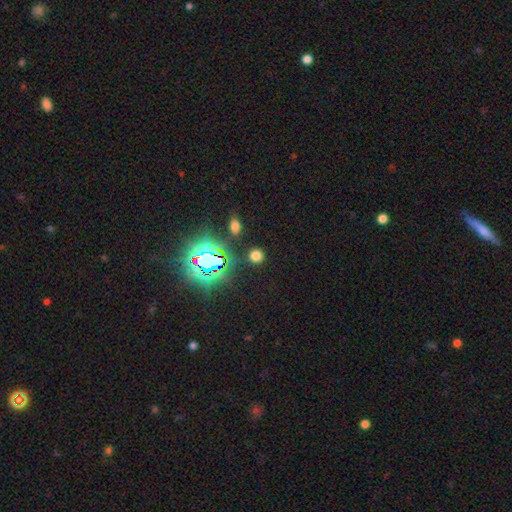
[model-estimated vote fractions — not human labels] Overall: smooth (63%; star or artifact 32%). How rounded: round (89%). Merging: none (88%).